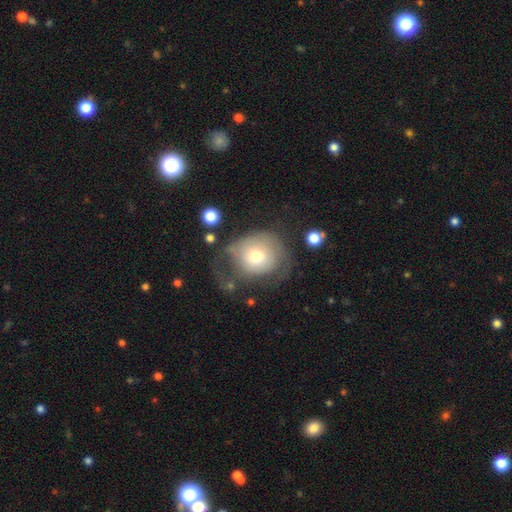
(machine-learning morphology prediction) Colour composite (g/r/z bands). It shows a smooth galaxy with no disk features (56%) that is round (72%). Merging: major disturbance (40%).